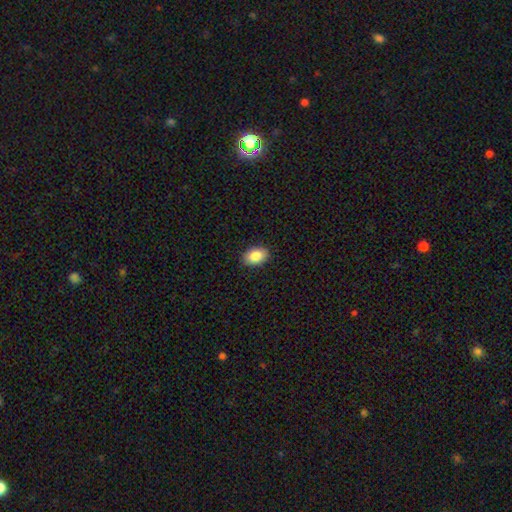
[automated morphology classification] type=smooth (85%); roundness=in between (87%); merging=none (89%).